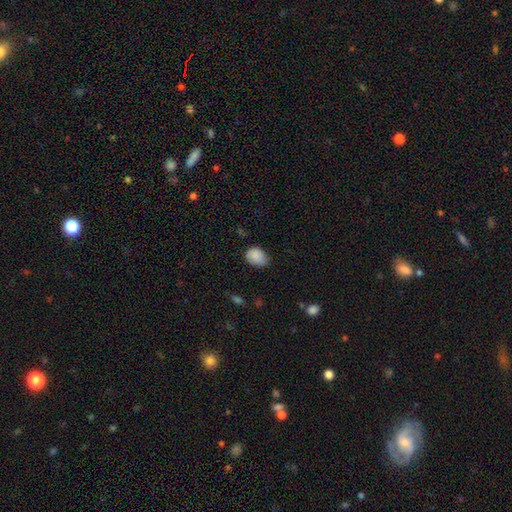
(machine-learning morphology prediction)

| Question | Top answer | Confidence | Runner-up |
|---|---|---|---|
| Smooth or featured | smooth | 87% | star or artifact (8%) |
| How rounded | in between | 73% | round (26%) |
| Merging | none | 57% | minor disturbance (36%) |